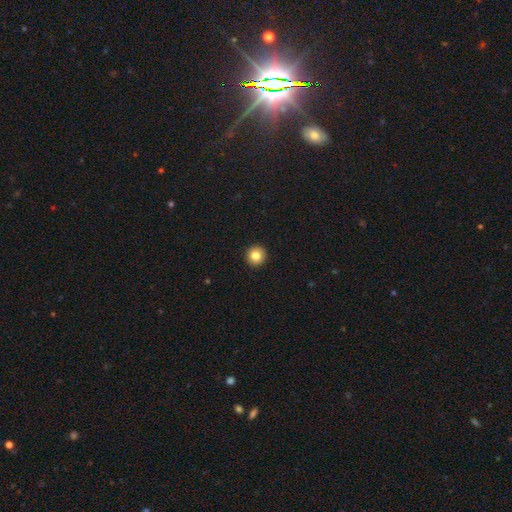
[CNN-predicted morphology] Smooth or featured: smooth — 83% (star or artifact — 10%)
How rounded: round — 96% (in between — 3%)
Merging: none — 94% (minor disturbance — 4%)